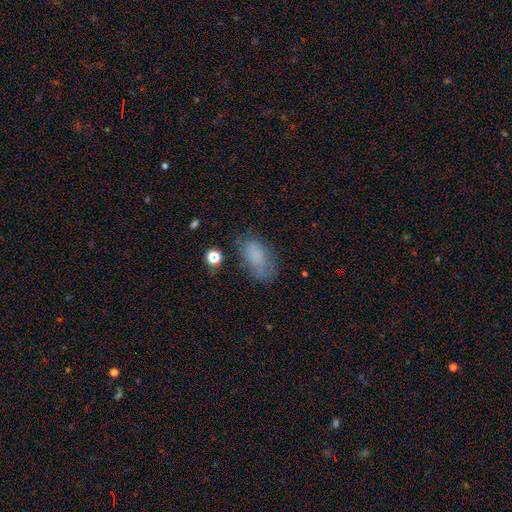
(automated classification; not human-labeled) smooth-or-featured: smooth: 69% | featured or disk: 18% | star or artifact: 12%
  how-rounded: in between: 90% | round: 8% | cigar-shaped: 3%
  merging: none: 53% | minor disturbance: 27% | major disturbance: 17% | merger: 4%